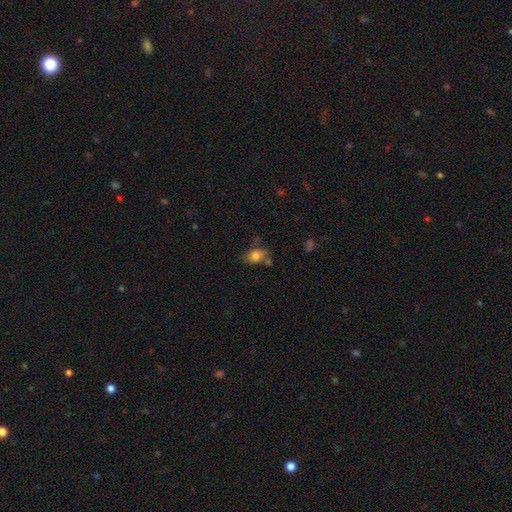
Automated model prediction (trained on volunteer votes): smooth-or-featured: smooth: 77% | featured or disk: 13% | star or artifact: 10%
  how-rounded: in between: 71% | round: 27% | cigar-shaped: 2%
  merging: none: 51% | minor disturbance: 25% | merger: 13% | major disturbance: 11%